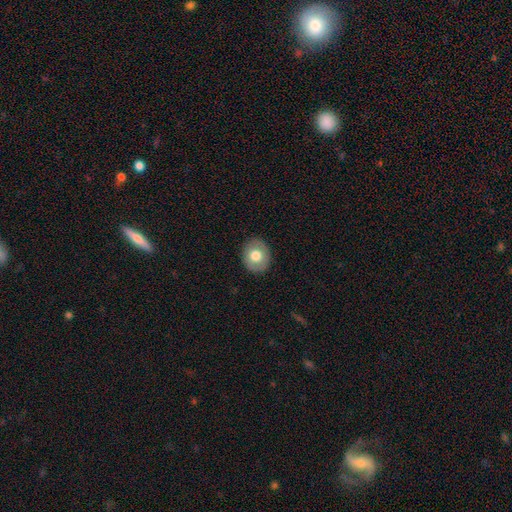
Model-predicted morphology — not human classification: Smooth or featured: smooth — 70% (featured or disk — 23%)
How rounded: round — 58% (in between — 41%)
Merging: none — 87% (minor disturbance — 9%)